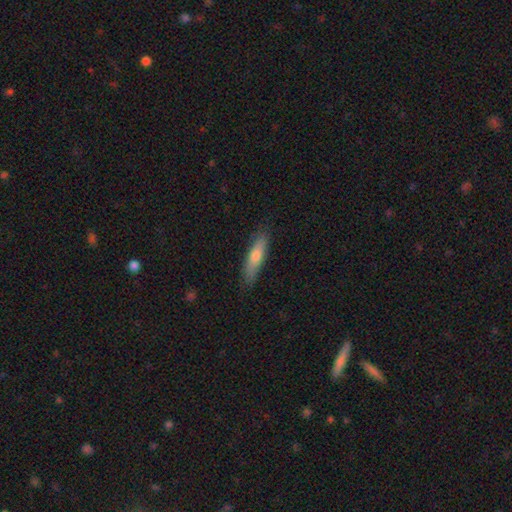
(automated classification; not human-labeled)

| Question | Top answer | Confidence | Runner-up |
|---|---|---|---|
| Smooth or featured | smooth | 62% | featured or disk (31%) |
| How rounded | cigar-shaped | 80% | in between (19%) |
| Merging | none | 85% | minor disturbance (12%) |